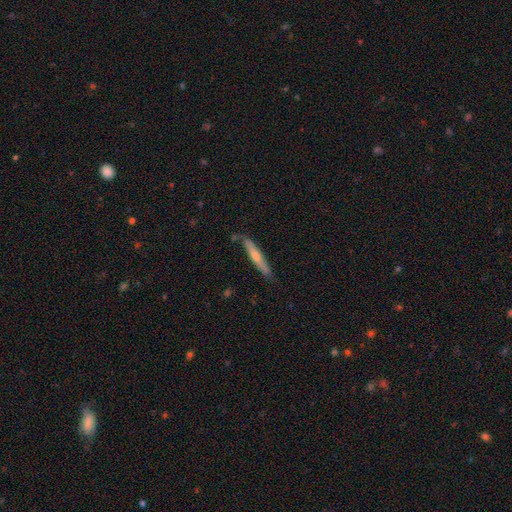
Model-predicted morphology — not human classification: Smooth or featured: smooth — 52% (featured or disk — 43%)
How rounded: cigar-shaped — 93% (in between — 5%)
Merging: none — 77% (minor disturbance — 17%)